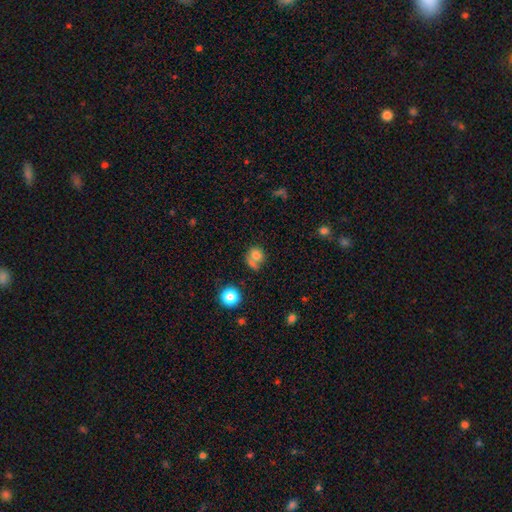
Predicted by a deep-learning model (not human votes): smooth-or-featured: smooth: 75% | featured or disk: 13% | star or artifact: 13%
  how-rounded: round: 73% | in between: 26% | cigar-shaped: 1%
  merging: none: 41% | merger: 30% | minor disturbance: 17% | major disturbance: 12%